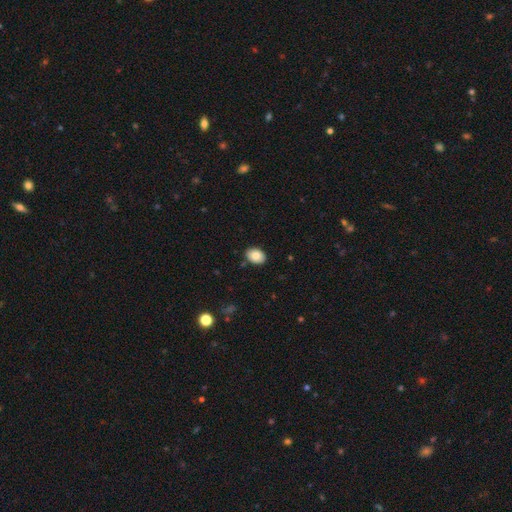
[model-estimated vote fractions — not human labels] This appears to be a smooth galaxy with no disk features (81%) that is in between round and cigar-shaped (78%). Merging: none (87%).